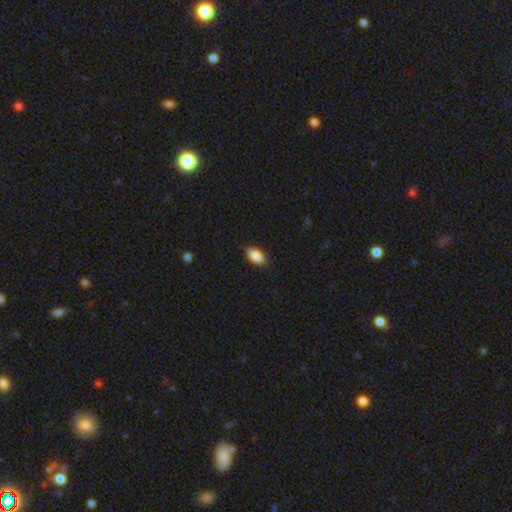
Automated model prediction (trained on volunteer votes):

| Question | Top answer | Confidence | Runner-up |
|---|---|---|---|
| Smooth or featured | smooth | 89% | star or artifact (7%) |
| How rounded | in between | 93% | round (4%) |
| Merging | none | 88% | minor disturbance (9%) |